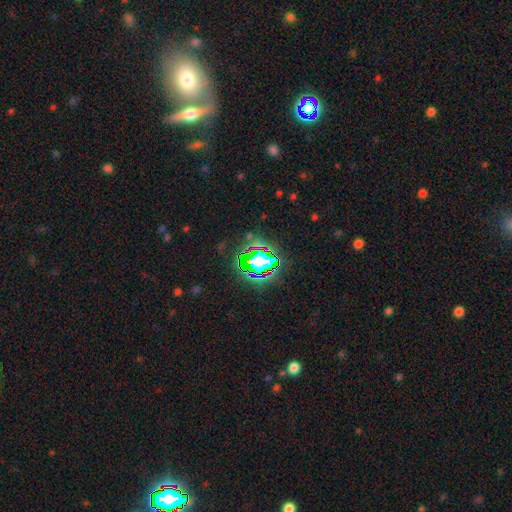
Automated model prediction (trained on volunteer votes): The model was most divided on "smooth or featured": star or artifact: 66%, smooth: 20%, featured or disk: 14%.